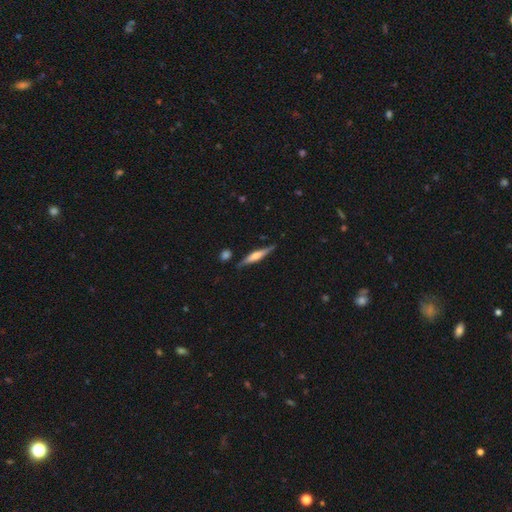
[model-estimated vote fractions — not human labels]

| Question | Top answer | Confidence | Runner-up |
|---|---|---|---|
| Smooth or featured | featured or disk | 56% | smooth (39%) |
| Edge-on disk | yes | 95% | no (5%) |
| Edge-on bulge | rounded | 66% | boxy (21%) |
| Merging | none | 82% | minor disturbance (13%) |